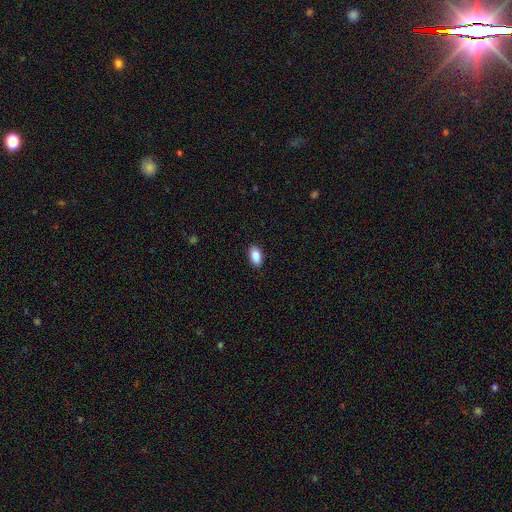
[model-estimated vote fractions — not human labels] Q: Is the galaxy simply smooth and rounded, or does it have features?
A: smooth — 89%.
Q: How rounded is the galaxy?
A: in between — 93%.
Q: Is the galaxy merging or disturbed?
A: none — 89%.